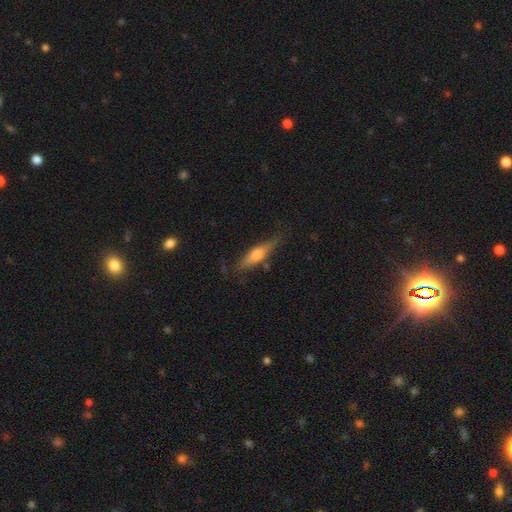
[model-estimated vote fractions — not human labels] Smooth or featured? Predicted: smooth (p=0.55). How rounded? Predicted: cigar-shaped (p=0.65). Merging? Predicted: none (p=0.73).